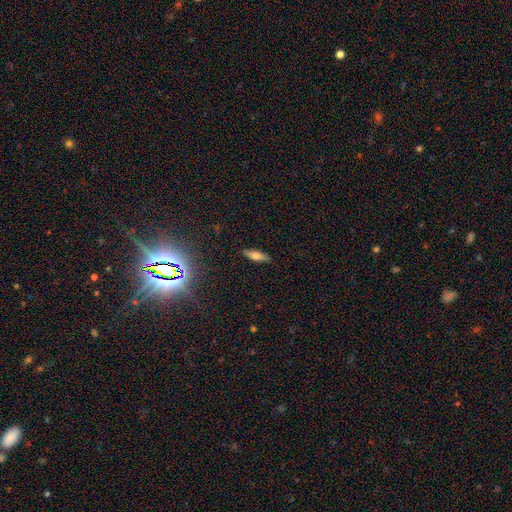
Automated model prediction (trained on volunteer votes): Smooth or featured: smooth — 63% (featured or disk — 27%)
How rounded: cigar-shaped — 52% (in between — 46%)
Merging: none — 88% (minor disturbance — 9%)